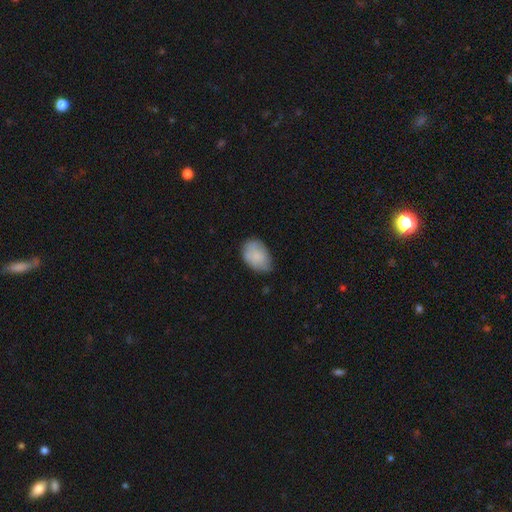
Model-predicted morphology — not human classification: Smooth or featured? smooth (80%)
How rounded? in between (86%)
Merging? none (55%)